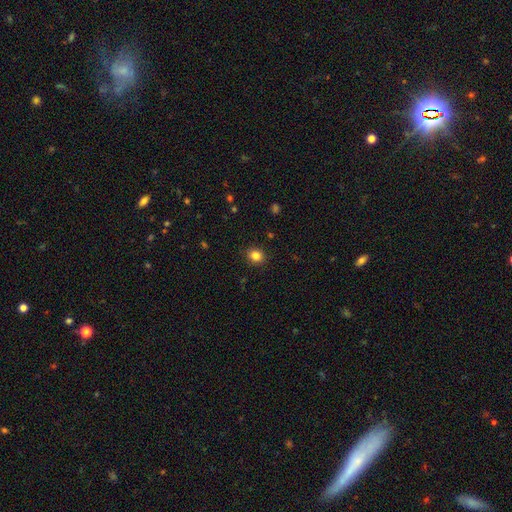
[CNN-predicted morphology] The model was most divided on "how rounded": round: 74%, in between: 25%, cigar-shaped: 1%. More confident: merging — none (90%); smooth or featured — smooth (83%).